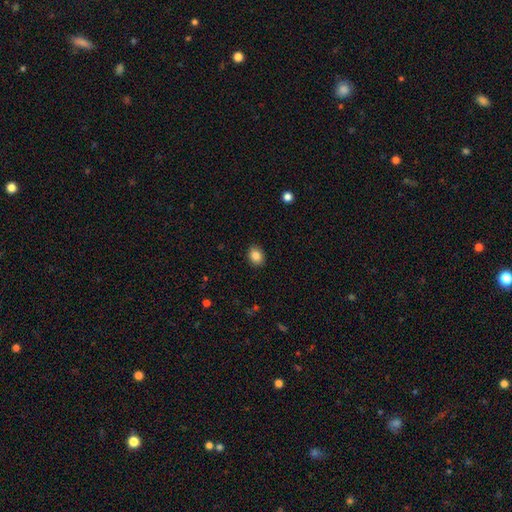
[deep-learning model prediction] Smooth or featured? smooth (85%)
How rounded? in between (56%)
Merging? none (90%)